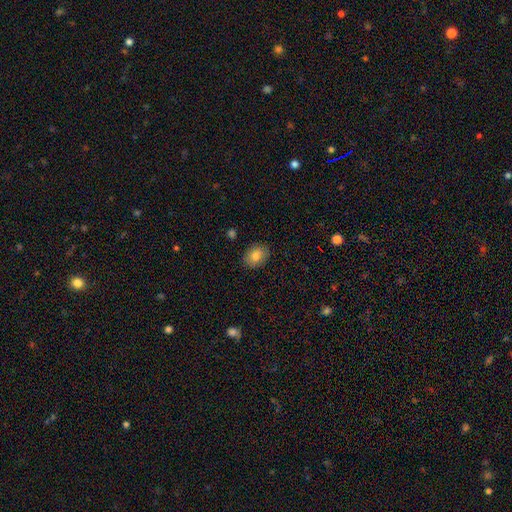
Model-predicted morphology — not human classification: Smooth or featured?
  - smooth: 82% *
  - featured or disk: 10%
  - star or artifact: 8%
How rounded?
  - in between: 64% *
  - round: 35%
  - cigar-shaped: 1%
Merging?
  - none: 88% *
  - minor disturbance: 9%
  - major disturbance: 2%
  - merger: 1%